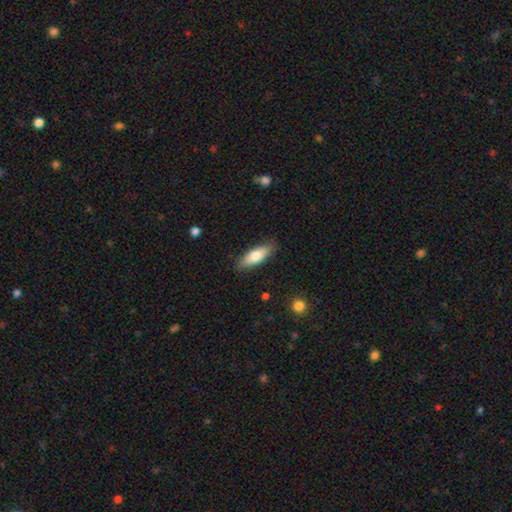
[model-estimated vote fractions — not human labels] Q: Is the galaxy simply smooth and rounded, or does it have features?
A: smooth — 73%.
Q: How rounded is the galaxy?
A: in between — 62%.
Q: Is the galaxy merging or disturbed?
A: none — 86%.